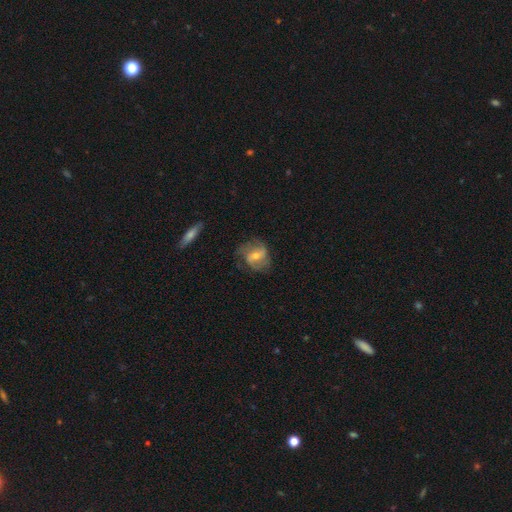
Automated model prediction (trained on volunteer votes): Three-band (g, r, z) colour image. It shows a featured or disk galaxy (63%) with a weak bar (45%), spiral arms (81%) and a moderate central bulge (54%). Merging: none (61%).